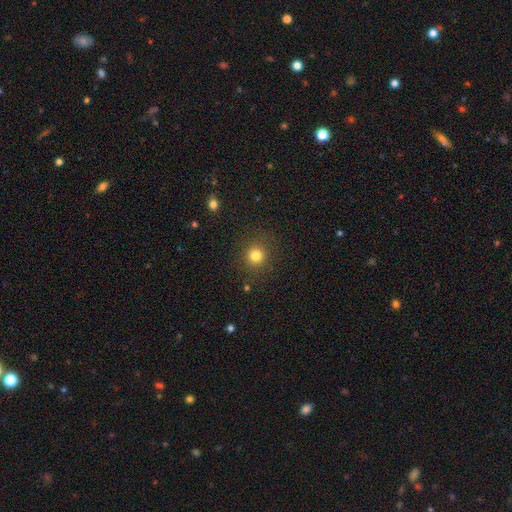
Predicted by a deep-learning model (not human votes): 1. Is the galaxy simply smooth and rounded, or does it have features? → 80% smooth, 14% star or artifact, 6% featured or disk.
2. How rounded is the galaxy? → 91% round, 8% in between, 1% cigar-shaped.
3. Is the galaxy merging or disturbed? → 88% none, 7% minor disturbance, 4% major disturbance, 2% merger.